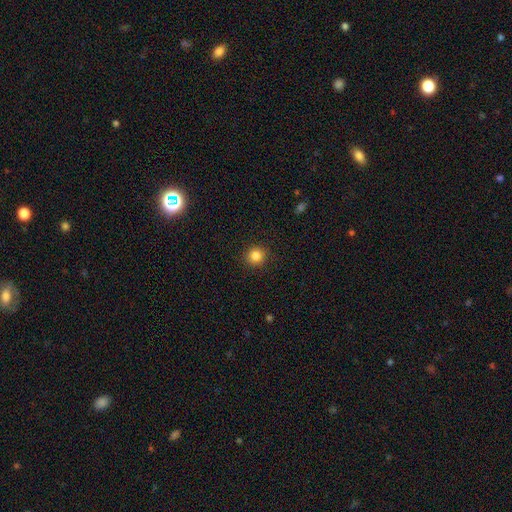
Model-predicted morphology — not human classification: smooth 85%, star or artifact 11%, featured or disk 4%. Down the decision tree: how rounded — round (93%); merging — none (91%).